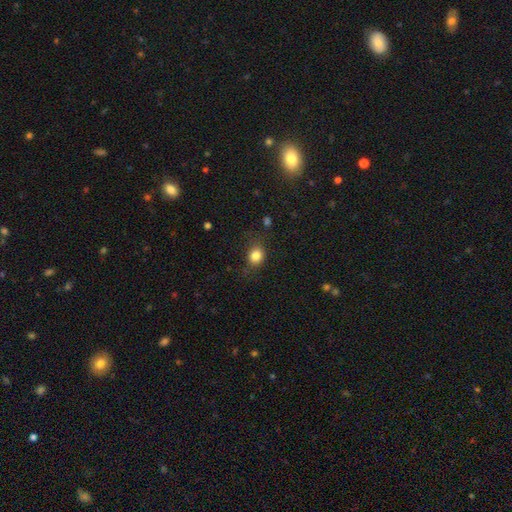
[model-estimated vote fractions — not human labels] Smooth or featured? smooth (83%)
How rounded? round (58%)
Merging? none (75%)